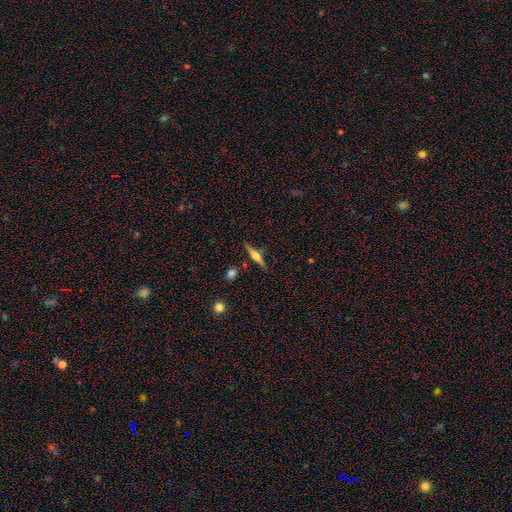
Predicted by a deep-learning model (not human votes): A featured or disk galaxy (61%) viewed edge-on (97%) with a rounded central bulge (78%). Merging: none (85%).